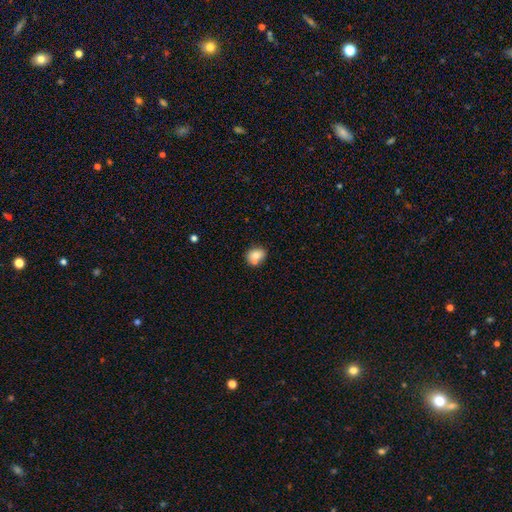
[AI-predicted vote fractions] Smooth or featured: smooth — 76% (featured or disk — 15%)
How rounded: round — 57% (in between — 42%)
Merging: none — 58% (merger — 24%)